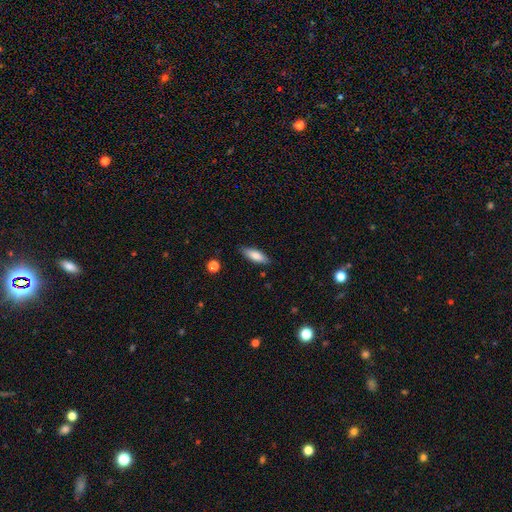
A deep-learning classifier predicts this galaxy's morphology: This is likely a smooth galaxy (79%). How rounded: possibly in between (56%). Merging: clearly none (85%).